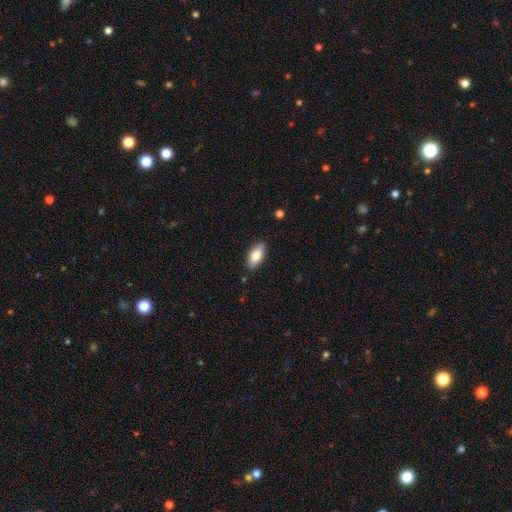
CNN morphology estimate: The model was most divided on "smooth or featured": smooth: 72%, featured or disk: 21%, star or artifact: 6%. More confident: merging — none (87%); how rounded — in between (83%).